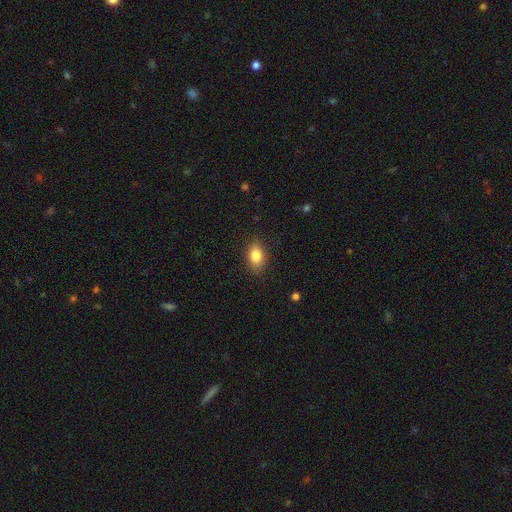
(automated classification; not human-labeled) Q: Smooth or featured?
A: smooth (83%); runner-up: star or artifact (9%)
Q: How rounded?
A: in between (83%); runner-up: round (15%)
Q: Merging?
A: none (86%); runner-up: minor disturbance (10%)